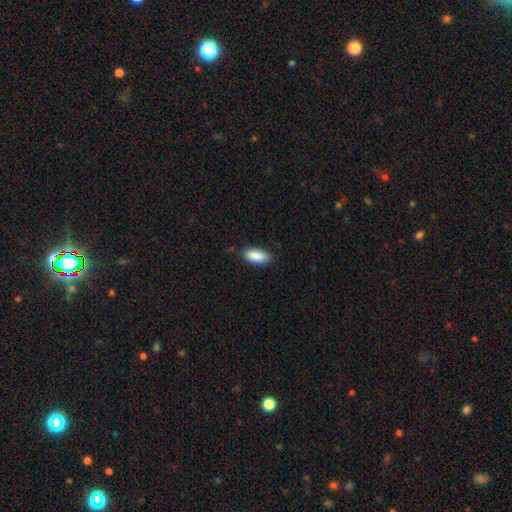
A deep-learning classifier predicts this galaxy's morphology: A smooth galaxy with no disk features (90%) that is in between round and cigar-shaped (85%). Merging: none (82%).